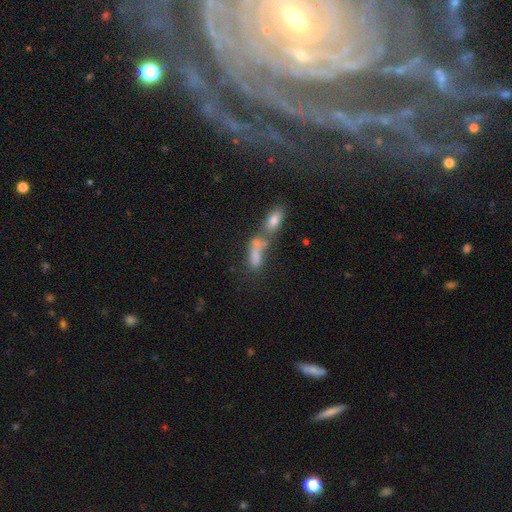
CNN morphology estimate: Smooth or featured? Predicted: smooth (p=0.70). How rounded? Predicted: in between (p=0.68). Merging? Predicted: merger (p=0.63).